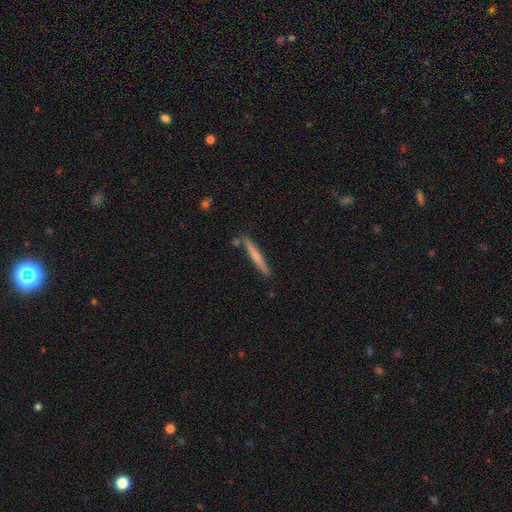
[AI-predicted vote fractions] smooth_or_featured: smooth (p=0.57) [alt: featured or disk p=0.37]
how_rounded: cigar-shaped (p=0.96) [alt: in between p=0.03]
merging: none (p=0.86) [alt: minor disturbance p=0.09]